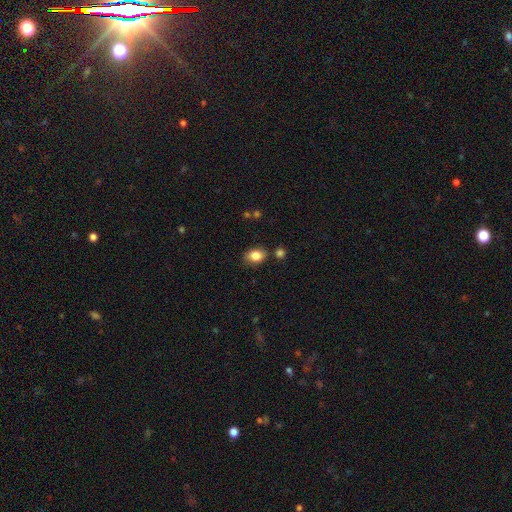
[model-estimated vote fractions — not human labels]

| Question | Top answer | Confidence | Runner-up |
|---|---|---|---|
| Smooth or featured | smooth | 84% | star or artifact (9%) |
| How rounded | in between | 74% | round (25%) |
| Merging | none | 78% | minor disturbance (13%) |